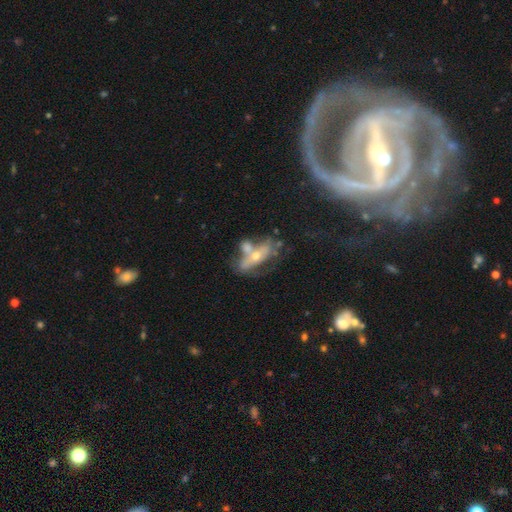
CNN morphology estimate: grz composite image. It shows a featured or disk galaxy (60%). Merging: merger (44%).